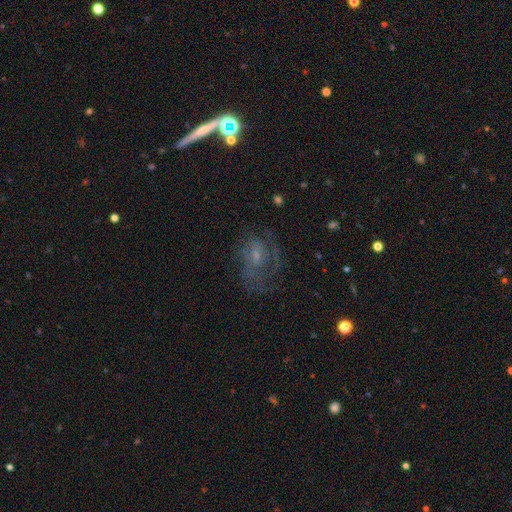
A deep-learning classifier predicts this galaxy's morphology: smooth-or-featured: featured or disk: 59% | smooth: 26% | star or artifact: 15%
  disk-edge-on: no: 96% | yes: 4%
    bar: no: 57% | weak: 36% | strong: 7%
    has-spiral-arms: yes: 64% | no: 36%
    bulge-size: small: 57% | moderate: 25% | none: 15% | large: 2% | dominant: 1%
  merging: none: 48% | major disturbance: 29% | minor disturbance: 21% | merger: 2%